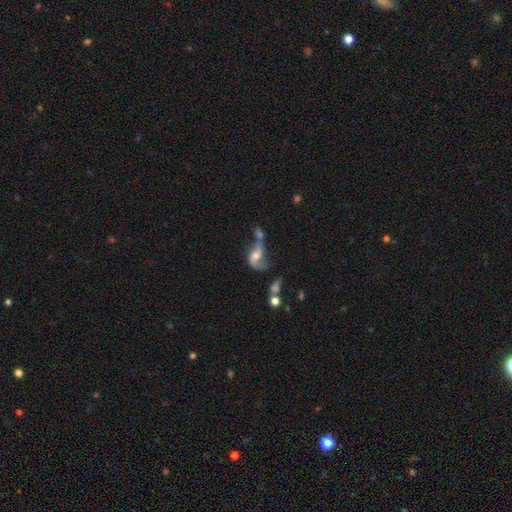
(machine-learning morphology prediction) Smooth or featured?
  - featured or disk: 67% *
  - smooth: 24%
  - star or artifact: 10%
Edge-on disk?
  - no: 96% *
  - yes: 4%
Bar?
  - no: 54% *
  - weak: 35%
  - strong: 11%
Spiral arms?
  - yes: 82% *
  - no: 18%
Spiral winding?
  - loose: 75% *
  - medium: 20%
  - tight: 5%
Spiral arm count?
  - 2: 68% *
  - 1: 23%
  - can't tell: 6%
  - 3: 1%
  - 4: 1%
  - more than 4: 1%
Bulge size?
  - moderate: 52% *
  - small: 30%
  - none: 9%
  - large: 8%
  - dominant: 2%
Merging?
  - merger: 41% *
  - major disturbance: 23%
  - none: 22%
  - minor disturbance: 14%